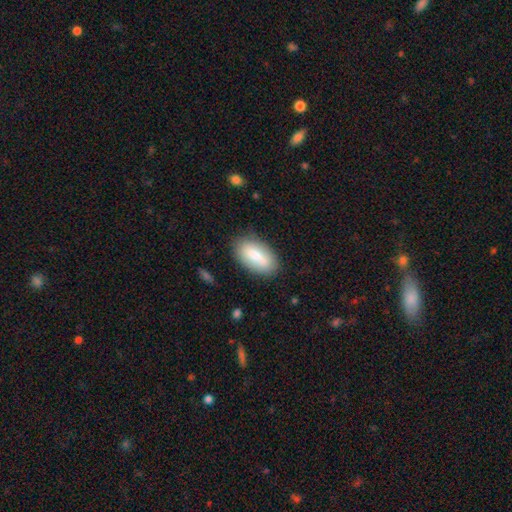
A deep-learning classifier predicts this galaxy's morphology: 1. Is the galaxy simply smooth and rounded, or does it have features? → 74% smooth, 19% featured or disk, 7% star or artifact.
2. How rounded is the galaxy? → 92% in between, 5% cigar-shaped, 3% round.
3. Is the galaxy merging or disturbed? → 81% none, 14% minor disturbance, 4% major disturbance, 2% merger.